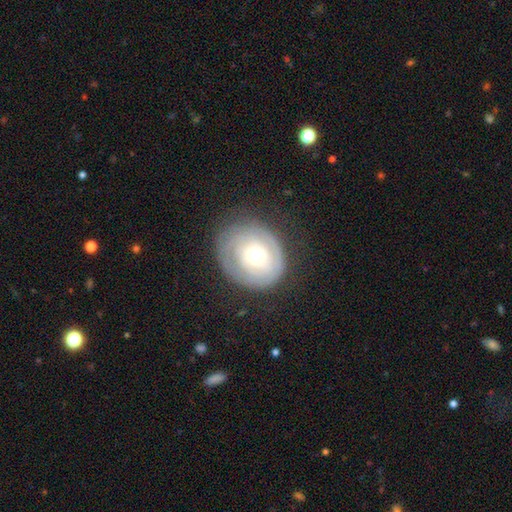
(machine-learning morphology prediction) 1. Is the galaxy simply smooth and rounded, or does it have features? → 60% featured or disk, 33% smooth, 7% star or artifact.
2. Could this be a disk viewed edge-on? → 96% no, 4% yes.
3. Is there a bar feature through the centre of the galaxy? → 74% no, 21% weak, 5% strong.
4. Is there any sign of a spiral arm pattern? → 70% yes, 30% no.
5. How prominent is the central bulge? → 64% moderate, 25% small, 9% large, 1% dominant, 1% none.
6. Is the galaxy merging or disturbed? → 70% none, 20% minor disturbance, 9% major disturbance, 1% merger.